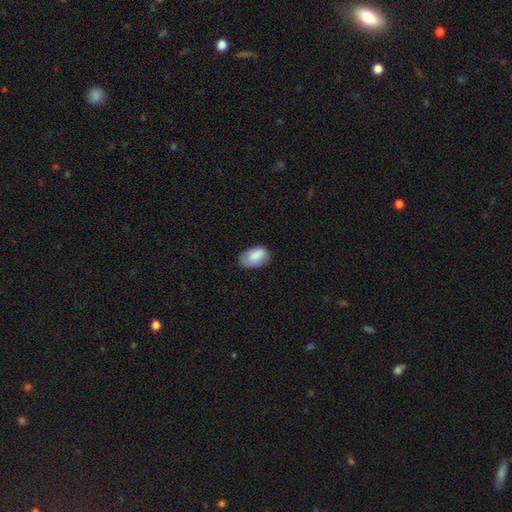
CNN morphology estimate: Overall: smooth (86%). How rounded: in between (93%). Merging: none (68%).